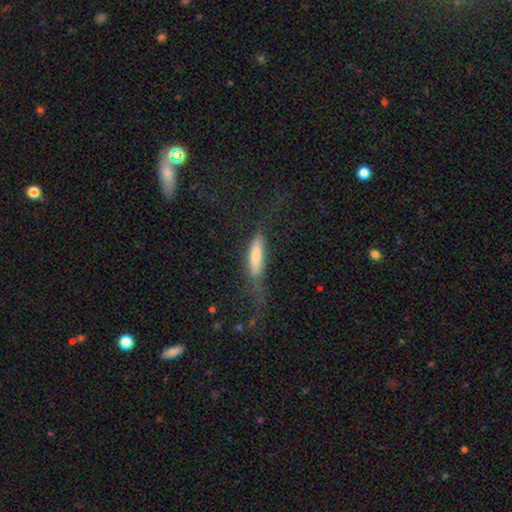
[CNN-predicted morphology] A smooth galaxy with no disk features (64%) that is cigar-shaped (73%).

Vote fractions:
- Smooth or featured? smooth: 64% / featured or disk: 28% / star or artifact: 8%
- How rounded? cigar-shaped: 73% / in between: 25% / round: 3%
- Merging? major disturbance: 38% / none: 37% / minor disturbance: 22% / merger: 4%